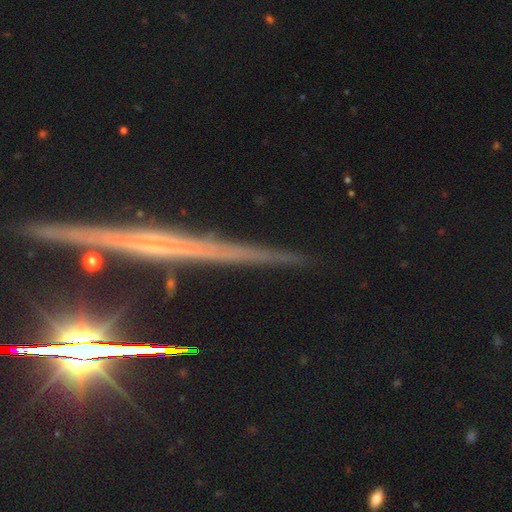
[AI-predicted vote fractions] Morphology: type=featured or disk (42%); merging=none (84%).